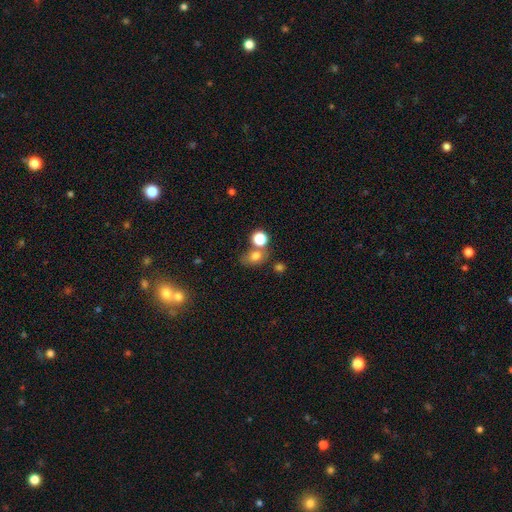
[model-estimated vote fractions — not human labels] The model was most divided on "how rounded": in between: 58%, round: 40%, cigar-shaped: 2%. More confident: smooth or featured — smooth (74%); merging — none (52%).